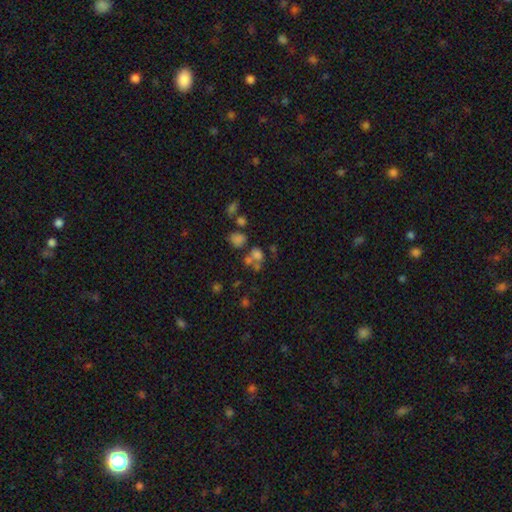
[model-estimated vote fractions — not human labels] Smooth or featured?
  - smooth: 63% *
  - star or artifact: 19%
  - featured or disk: 18%
How rounded?
  - round: 58% *
  - in between: 41%
  - cigar-shaped: 1%
Merging?
  - merger: 45% *
  - none: 33%
  - minor disturbance: 12%
  - major disturbance: 10%